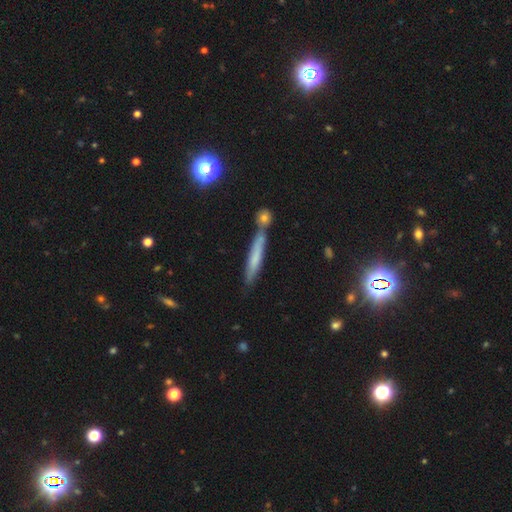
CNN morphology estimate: Overall: smooth (59%; featured or disk 32%). How rounded: cigar-shaped (93%). Merging: none (68%).